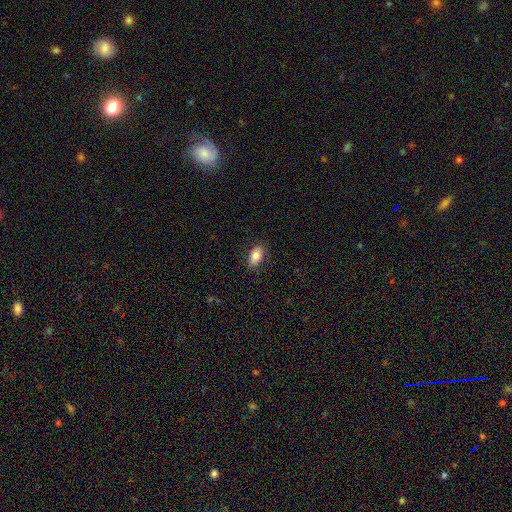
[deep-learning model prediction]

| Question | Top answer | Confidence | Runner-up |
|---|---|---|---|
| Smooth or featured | smooth | 83% | featured or disk (10%) |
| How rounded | in between | 91% | round (6%) |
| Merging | none | 86% | minor disturbance (10%) |